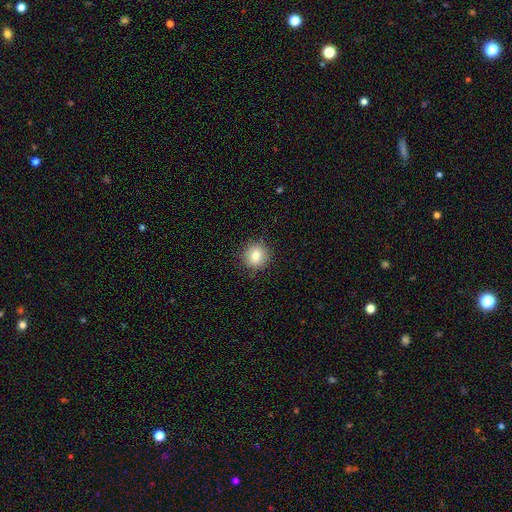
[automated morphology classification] smooth_or_featured: smooth (p=0.83) [alt: star or artifact p=0.10]
how_rounded: round (p=0.91) [alt: in between p=0.08]
merging: none (p=0.89) [alt: minor disturbance p=0.08]